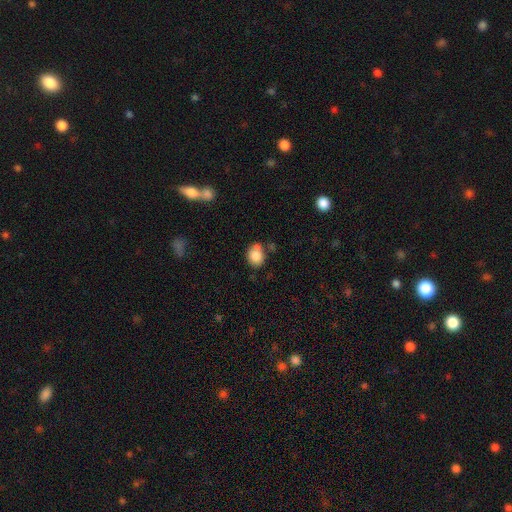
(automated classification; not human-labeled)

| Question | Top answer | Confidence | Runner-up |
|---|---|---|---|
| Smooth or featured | smooth | 83% | star or artifact (9%) |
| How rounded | round | 55% | in between (44%) |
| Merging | none | 58% | minor disturbance (24%) |